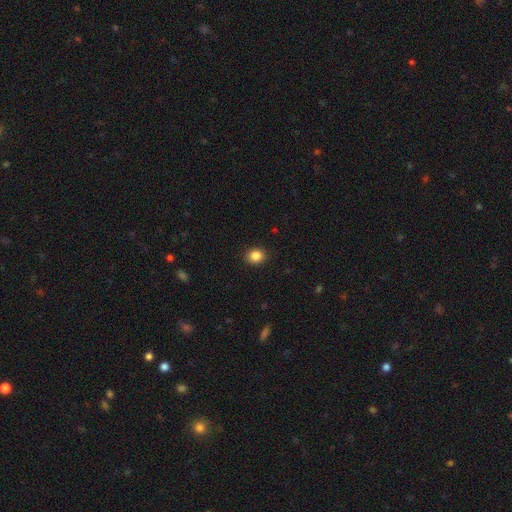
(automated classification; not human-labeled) Smooth or featured? Predicted: smooth (p=0.86). How rounded? Predicted: round (p=0.61). Merging? Predicted: none (p=0.90).